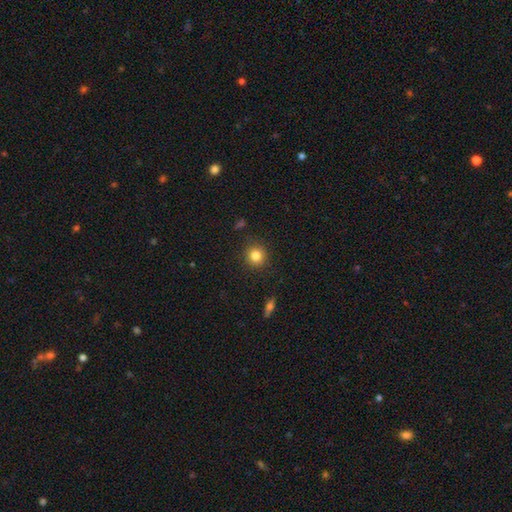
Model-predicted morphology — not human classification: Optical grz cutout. It shows a smooth galaxy with no disk features (83%) that is round (91%). Merging: none (89%).